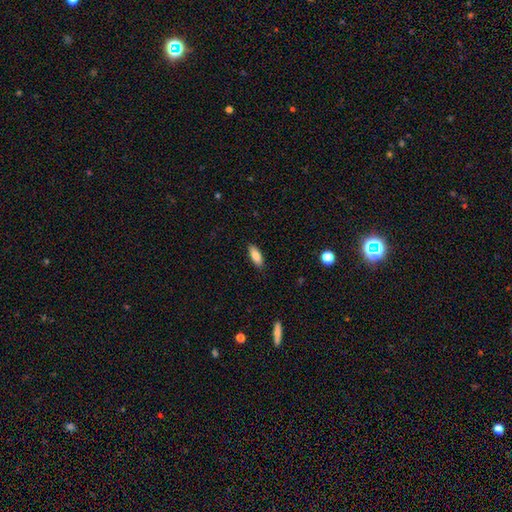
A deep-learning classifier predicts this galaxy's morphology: Smooth or featured: smooth — 87% (star or artifact — 7%)
How rounded: in between — 72% (cigar-shaped — 27%)
Merging: none — 88% (minor disturbance — 9%)